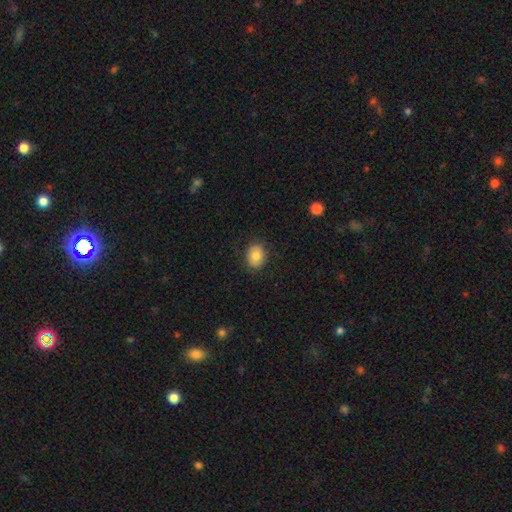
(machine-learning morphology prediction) A smooth galaxy with no disk features (82%) that is in between round and cigar-shaped (52%).

Vote fractions:
- Smooth or featured? smooth: 82% / featured or disk: 10% / star or artifact: 8%
- How rounded? in between: 52% / round: 47% / cigar-shaped: 1%
- Merging? none: 85% / minor disturbance: 11% / major disturbance: 3% / merger: 1%